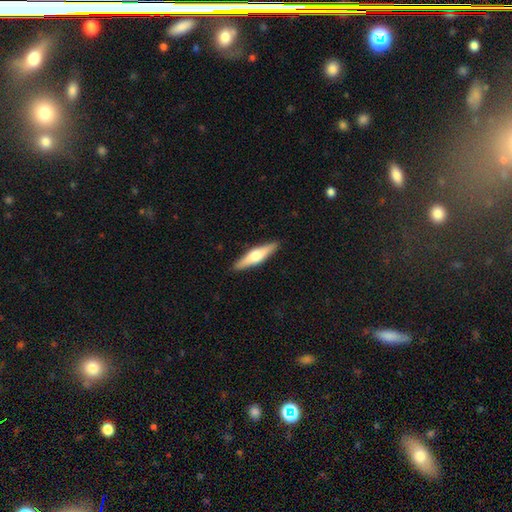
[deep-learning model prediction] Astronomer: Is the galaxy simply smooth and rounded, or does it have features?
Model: featured or disk — 49% (runner-up: smooth, 46%).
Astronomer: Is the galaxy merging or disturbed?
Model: none — 90%.